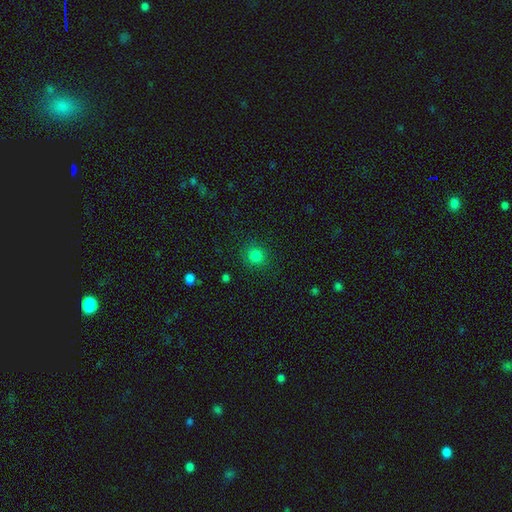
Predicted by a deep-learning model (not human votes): Smooth or featured? smooth (81%)
How rounded? round (89%)
Merging? none (88%)